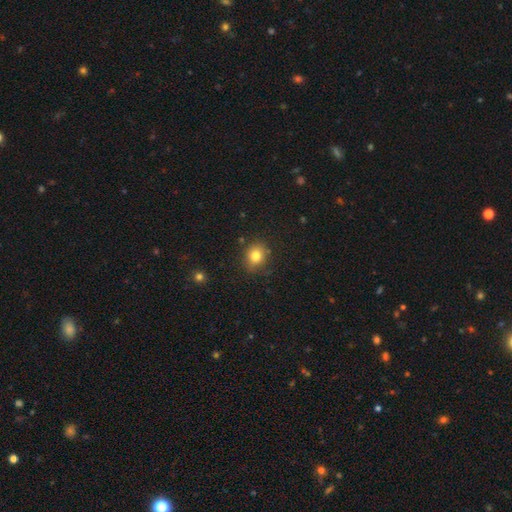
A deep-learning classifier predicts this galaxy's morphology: This is clearly a smooth galaxy (81%). How rounded: likely round (62%). Merging: clearly none (82%).